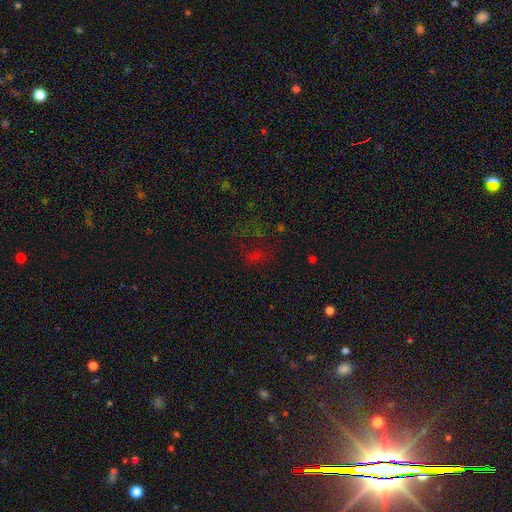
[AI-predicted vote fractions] The model was most divided on "smooth or featured": star or artifact: 54%, smooth: 34%, featured or disk: 12%.